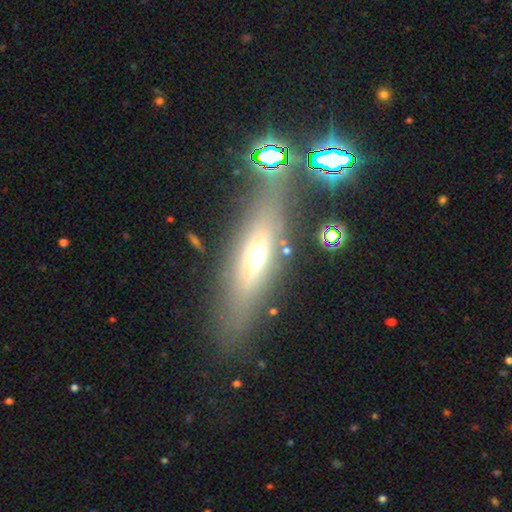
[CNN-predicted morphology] featured or disk 45%, smooth 41%, star or artifact 14%. Down the decision tree: merging — none (76%).